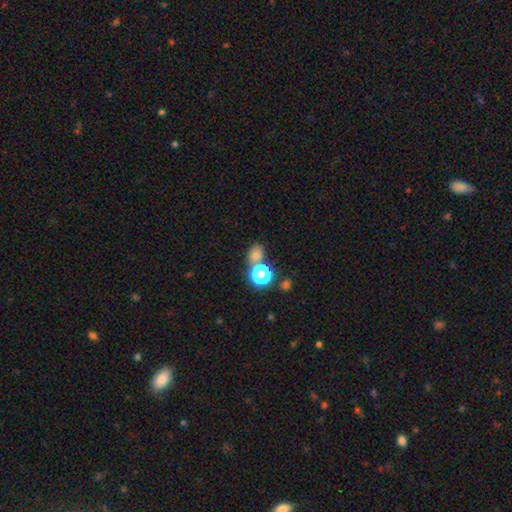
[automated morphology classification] smooth_or_featured: smooth (p=0.68) [alt: star or artifact p=0.24]
how_rounded: round (p=0.65) [alt: in between p=0.34]
merging: none (p=0.56) [alt: merger p=0.31]